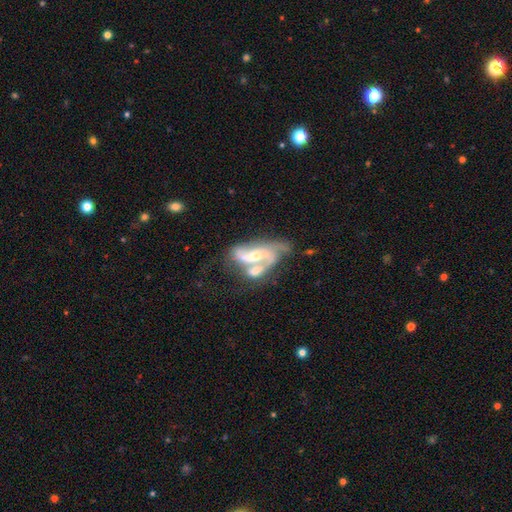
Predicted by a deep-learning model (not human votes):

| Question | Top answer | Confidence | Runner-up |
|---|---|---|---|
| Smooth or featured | featured or disk | 80% | smooth (13%) |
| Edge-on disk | no | 95% | yes (5%) |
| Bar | no | 43% | weak (38%) |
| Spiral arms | yes | 87% | no (13%) |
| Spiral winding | loose | 49% | medium (38%) |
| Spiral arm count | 2 | 64% | can't tell (14%) |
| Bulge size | moderate | 48% | small (41%) |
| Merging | merger | 52% | none (19%) |